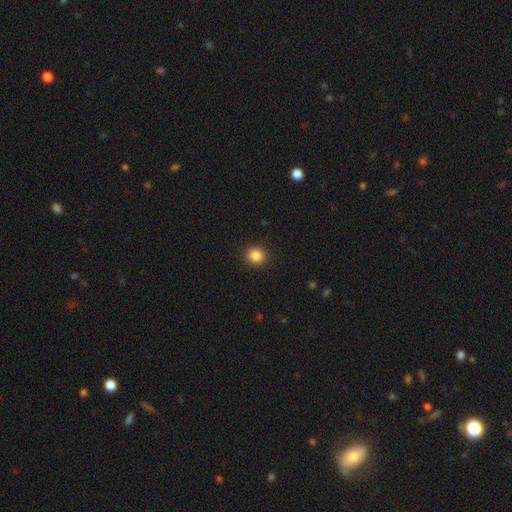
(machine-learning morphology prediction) A smooth galaxy with no disk features (85%) that is round (90%). Merging: none (92%).